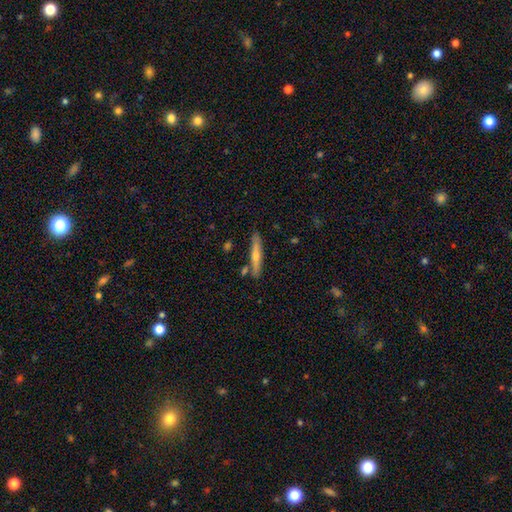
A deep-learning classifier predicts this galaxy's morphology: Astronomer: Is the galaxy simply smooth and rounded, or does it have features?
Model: featured or disk — 55% (runner-up: smooth, 39%).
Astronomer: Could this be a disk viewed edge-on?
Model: yes — 92%.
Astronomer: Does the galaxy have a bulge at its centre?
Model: rounded — 86%.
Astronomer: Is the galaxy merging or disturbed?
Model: none — 83%.